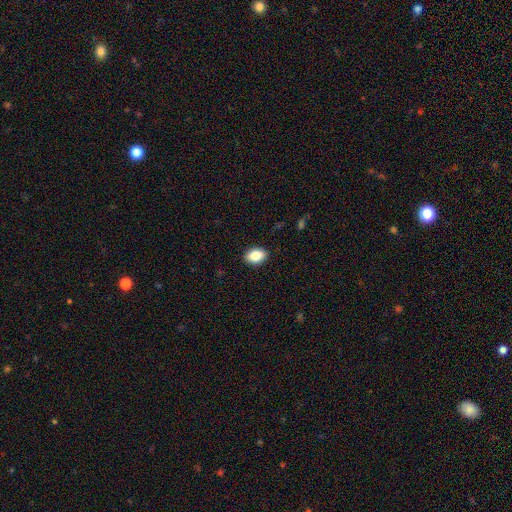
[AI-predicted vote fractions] A smooth galaxy with no disk features (84%) that is in between round and cigar-shaped (83%). Merging: none (90%).